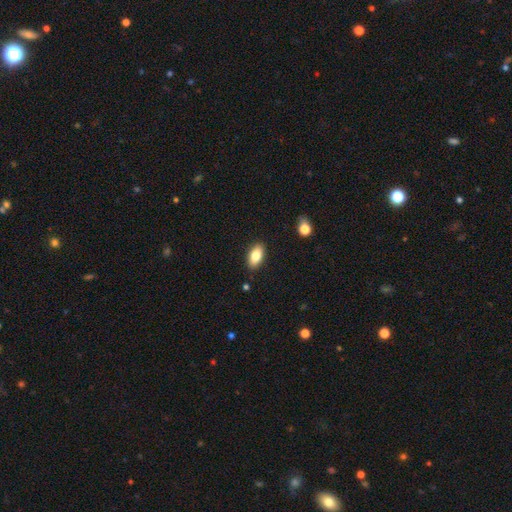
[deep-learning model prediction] Smooth or featured? smooth (81%)
How rounded? in between (91%)
Merging? none (87%)